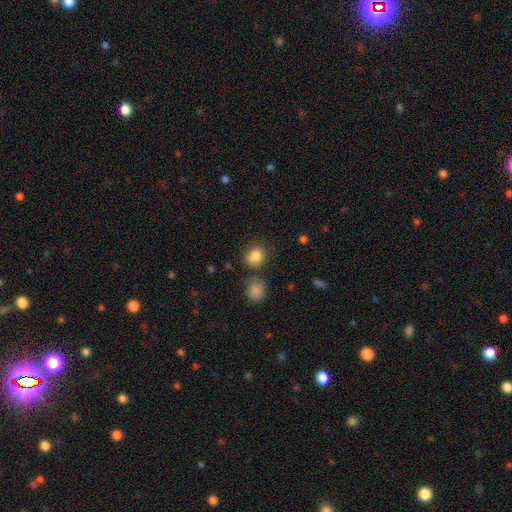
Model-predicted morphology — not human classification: The model was most divided on "how rounded": round: 69%, in between: 30%, cigar-shaped: 1%. More confident: smooth or featured — smooth (83%); merging — none (67%).